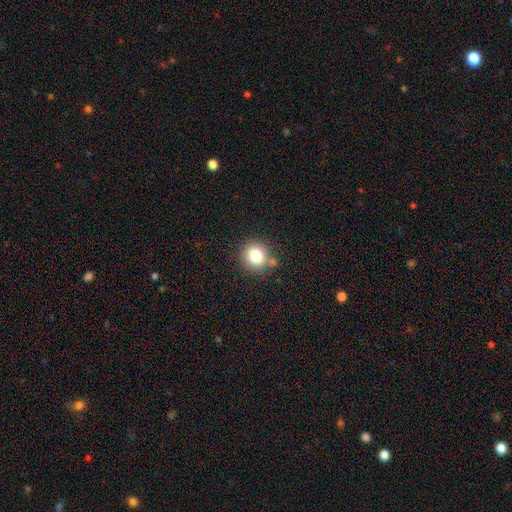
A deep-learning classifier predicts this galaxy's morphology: Smooth or featured: smooth — 79% (star or artifact — 12%)
How rounded: round — 82% (in between — 17%)
Merging: none — 76% (minor disturbance — 13%)